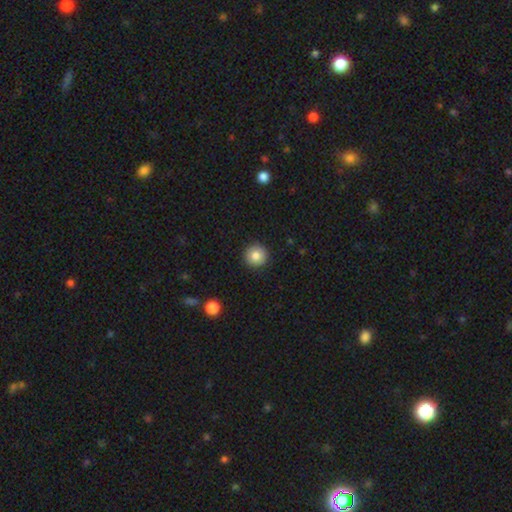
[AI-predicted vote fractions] Smooth or featured?
  - smooth: 83% *
  - star or artifact: 9%
  - featured or disk: 8%
How rounded?
  - round: 95% *
  - in between: 4%
  - cigar-shaped: 1%
Merging?
  - none: 92% *
  - minor disturbance: 6%
  - major disturbance: 2%
  - merger: 1%